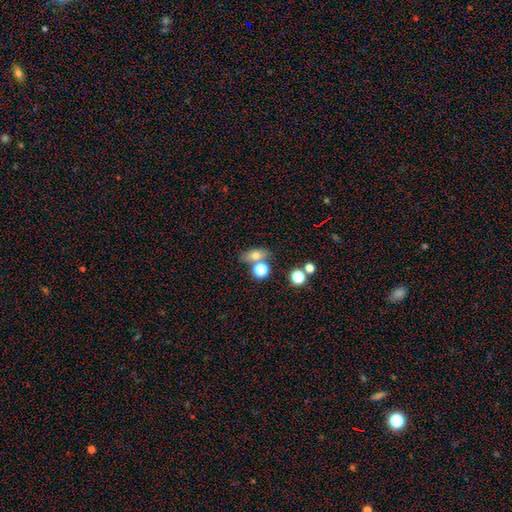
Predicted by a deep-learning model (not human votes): Smooth or featured: smooth — 70% (featured or disk — 16%)
How rounded: in between — 65% (round — 28%)
Merging: none — 61% (merger — 23%)